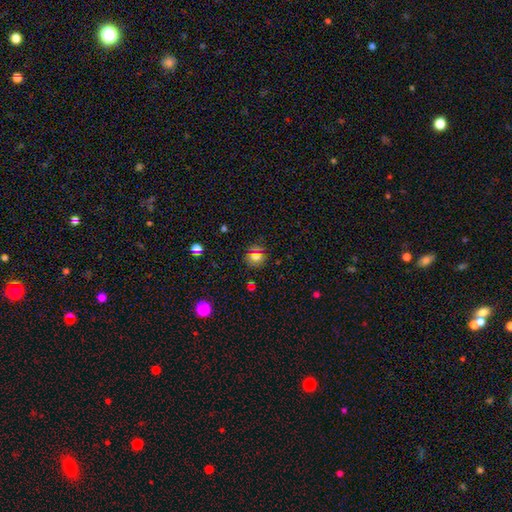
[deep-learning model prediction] smooth-or-featured: smooth: 61% | star or artifact: 25% | featured or disk: 14%
  how-rounded: round: 76% | in between: 21% | cigar-shaped: 2%
  merging: none: 84% | minor disturbance: 10% | major disturbance: 4% | merger: 2%